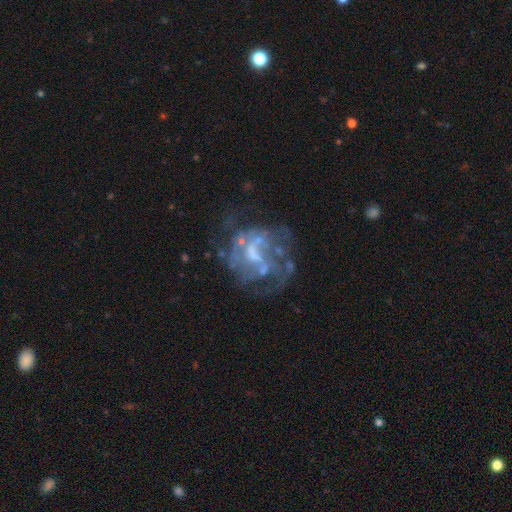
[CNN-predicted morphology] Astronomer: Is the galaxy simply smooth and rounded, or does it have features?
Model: featured or disk — 74%.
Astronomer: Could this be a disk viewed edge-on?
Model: no — 98%.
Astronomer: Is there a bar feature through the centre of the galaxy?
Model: no — 55% (runner-up: weak, 35%).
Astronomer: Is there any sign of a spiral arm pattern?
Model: no — 50%, tied with yes at 50%.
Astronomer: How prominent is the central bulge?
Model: none — 35% (runner-up: small, 32%).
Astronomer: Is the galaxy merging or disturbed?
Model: none — 47% (runner-up: major disturbance, 29%).